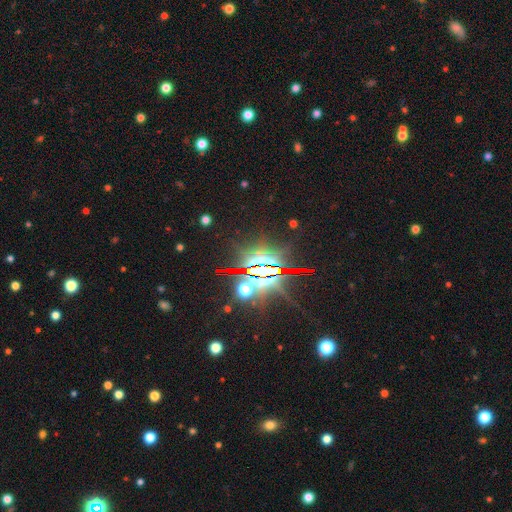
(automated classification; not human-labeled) Smooth or featured? star or artifact (82%)